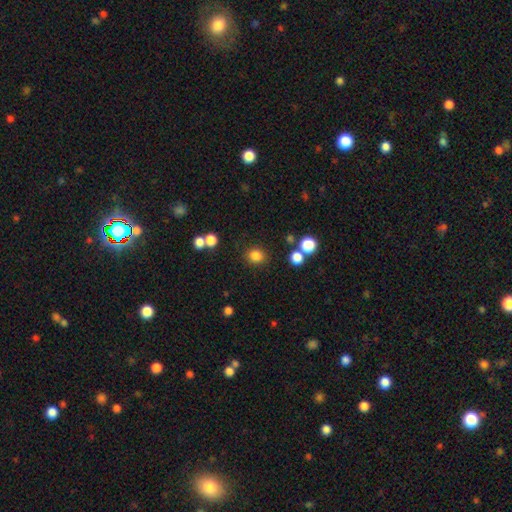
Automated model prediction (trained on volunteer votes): Morphology: type=smooth (83%); roundness=round (84%); merging=none (85%).